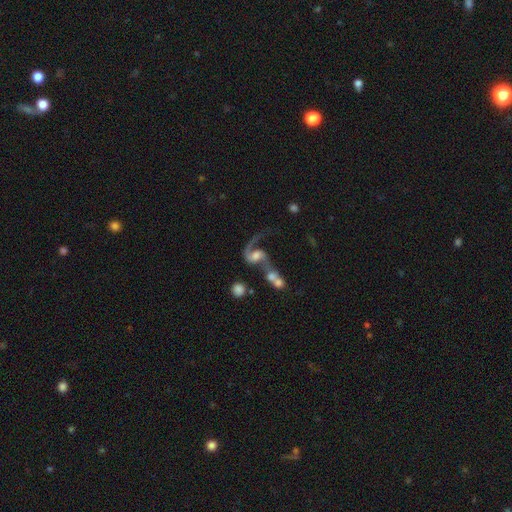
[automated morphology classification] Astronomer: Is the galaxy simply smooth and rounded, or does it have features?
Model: featured or disk — 79%.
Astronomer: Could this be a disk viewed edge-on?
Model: no — 97%.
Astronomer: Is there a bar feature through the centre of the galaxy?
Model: no — 51% (runner-up: weak, 37%).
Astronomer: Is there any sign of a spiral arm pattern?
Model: yes — 92%.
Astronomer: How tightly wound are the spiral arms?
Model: loose — 66%.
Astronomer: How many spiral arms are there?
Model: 2 — 60% (runner-up: 1, 35%).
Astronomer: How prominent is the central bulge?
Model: moderate — 47%.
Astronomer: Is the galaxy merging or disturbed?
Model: merger — 49%.